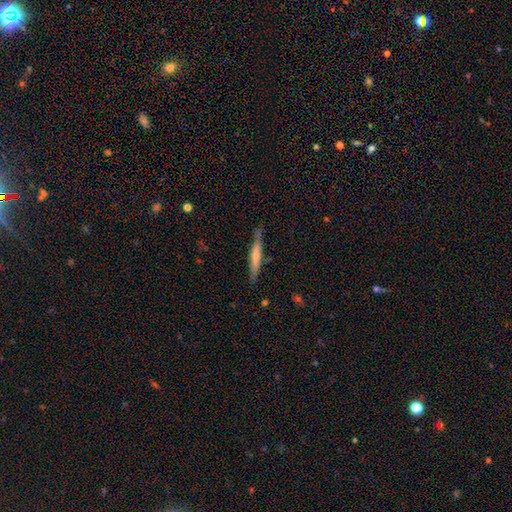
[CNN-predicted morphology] smooth-or-featured: smooth: 49% | featured or disk: 45% | star or artifact: 6%
  merging: none: 79% | minor disturbance: 16% | major disturbance: 3% | merger: 2%